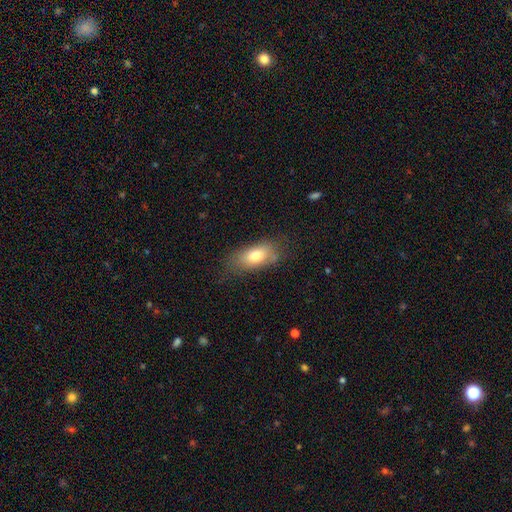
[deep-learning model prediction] smooth-or-featured: smooth: 75% | featured or disk: 16% | star or artifact: 9%
  how-rounded: in between: 86% | cigar-shaped: 8% | round: 6%
  merging: none: 65% | minor disturbance: 24% | major disturbance: 9% | merger: 2%